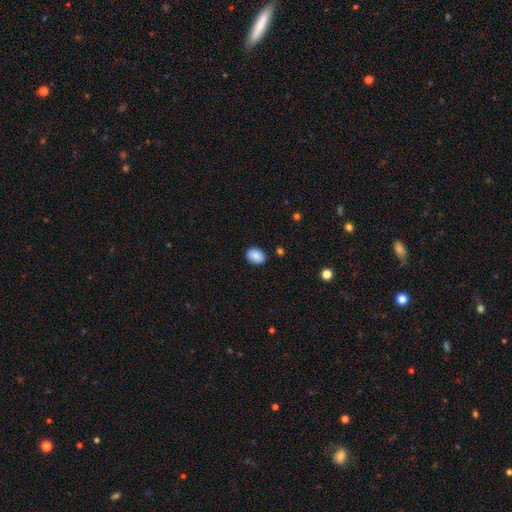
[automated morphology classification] Smooth or featured?
  - smooth: 87% *
  - star or artifact: 7%
  - featured or disk: 5%
How rounded?
  - in between: 72% *
  - round: 28%
  - cigar-shaped: 1%
Merging?
  - none: 88% *
  - minor disturbance: 8%
  - major disturbance: 2%
  - merger: 1%